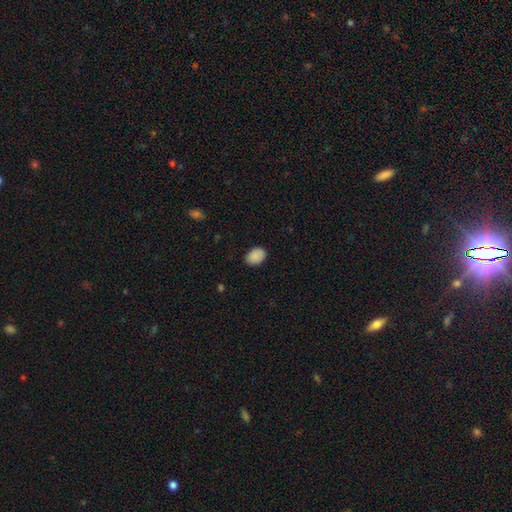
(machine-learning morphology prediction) The model was most divided on "how rounded": in between: 77%, round: 22%, cigar-shaped: 1%. More confident: smooth or featured — smooth (88%); merging — none (82%).